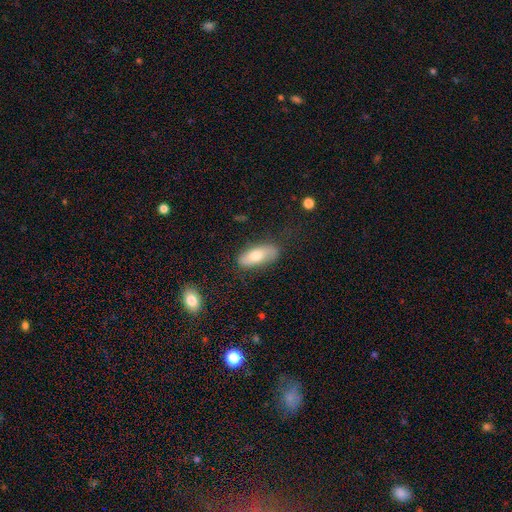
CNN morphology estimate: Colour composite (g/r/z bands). It shows a smooth galaxy with no disk features (67%) that is in between round and cigar-shaped (77%). Merging: none (74%).